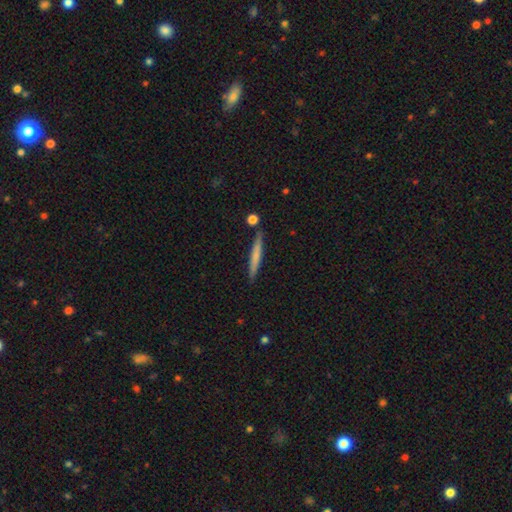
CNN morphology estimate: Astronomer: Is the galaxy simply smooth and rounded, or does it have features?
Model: smooth — 63%.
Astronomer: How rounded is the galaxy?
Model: cigar-shaped — 96%.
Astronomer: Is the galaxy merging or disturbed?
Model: none — 86%.